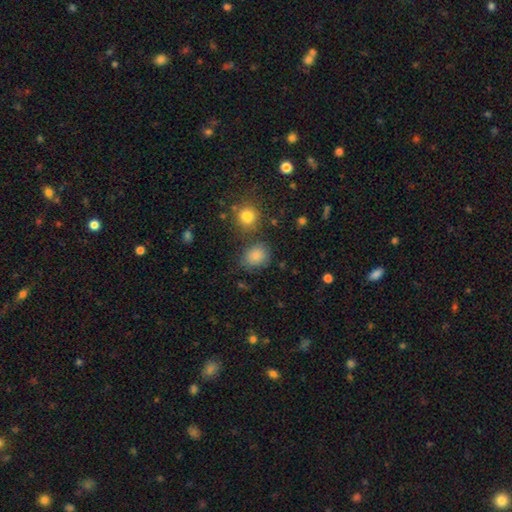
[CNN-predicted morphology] Smooth or featured?
  - smooth: 83% *
  - star or artifact: 12%
  - featured or disk: 6%
How rounded?
  - round: 66% *
  - in between: 33%
  - cigar-shaped: 1%
Merging?
  - none: 73% *
  - minor disturbance: 14%
  - merger: 8%
  - major disturbance: 5%